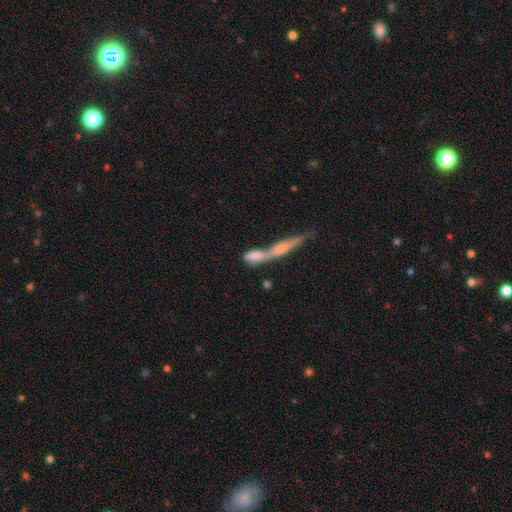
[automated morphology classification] smooth-or-featured: smooth: 52% | featured or disk: 38% | star or artifact: 10%
  how-rounded: cigar-shaped: 62% | in between: 33% | round: 5%
  merging: merger: 66% | none: 19% | minor disturbance: 8% | major disturbance: 7%